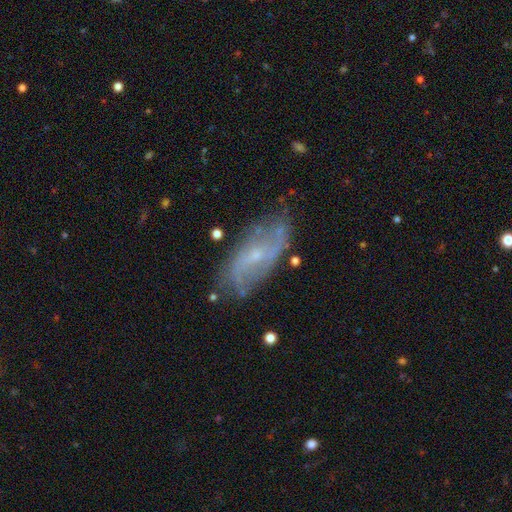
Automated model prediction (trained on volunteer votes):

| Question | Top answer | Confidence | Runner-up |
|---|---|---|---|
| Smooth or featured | featured or disk | 73% | smooth (19%) |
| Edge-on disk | no | 91% | yes (9%) |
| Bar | weak | 46% | no (43%) |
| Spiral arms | yes | 84% | no (16%) |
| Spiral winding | loose | 46% | medium (34%) |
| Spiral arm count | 2 | 63% | can't tell (25%) |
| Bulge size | small | 72% | moderate (20%) |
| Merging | none | 67% | minor disturbance (22%) |